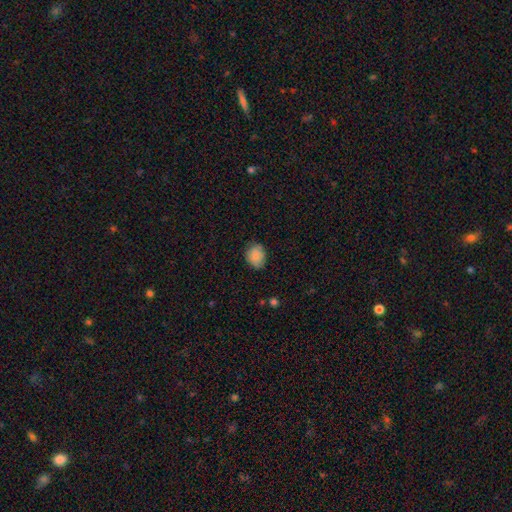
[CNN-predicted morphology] The model was most divided on "how rounded": round: 55%, in between: 44%, cigar-shaped: 1%. More confident: smooth or featured — smooth (85%); merging — none (74%).